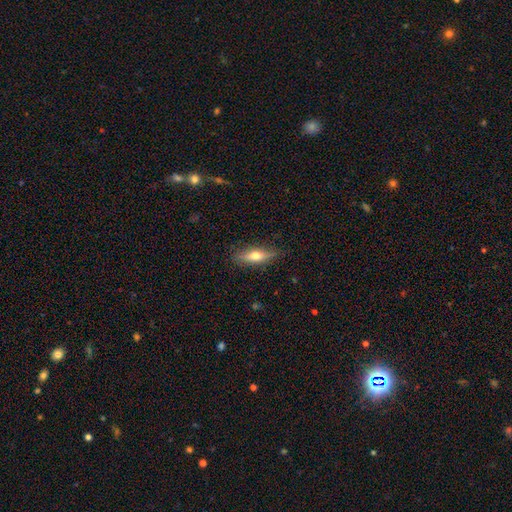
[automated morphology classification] Smooth or featured?
  - smooth: 51% *
  - featured or disk: 42%
  - star or artifact: 7%
How rounded?
  - cigar-shaped: 53% *
  - in between: 43%
  - round: 3%
Merging?
  - none: 85% *
  - minor disturbance: 11%
  - major disturbance: 3%
  - merger: 1%